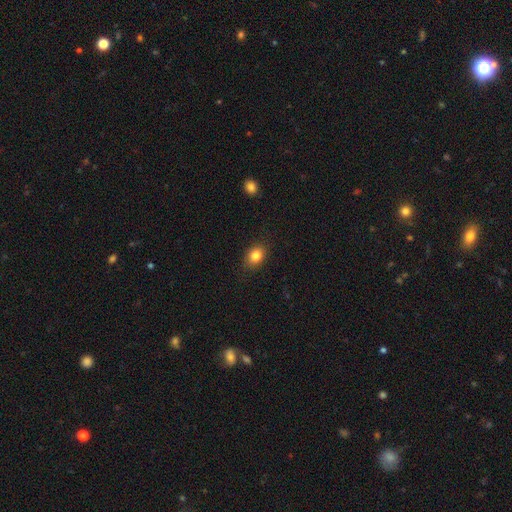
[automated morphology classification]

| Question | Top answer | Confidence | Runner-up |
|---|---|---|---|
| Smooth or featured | smooth | 83% | star or artifact (10%) |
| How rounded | in between | 66% | round (32%) |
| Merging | none | 85% | minor disturbance (12%) |